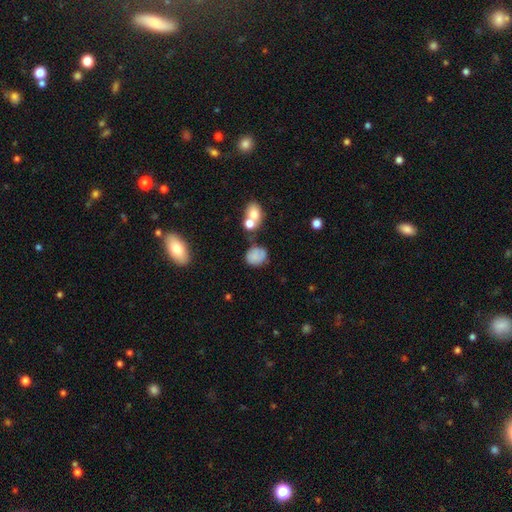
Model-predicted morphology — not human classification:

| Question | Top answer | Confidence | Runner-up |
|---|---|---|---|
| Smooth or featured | smooth | 71% | featured or disk (17%) |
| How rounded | round | 60% | in between (38%) |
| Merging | none | 50% | minor disturbance (25%) |